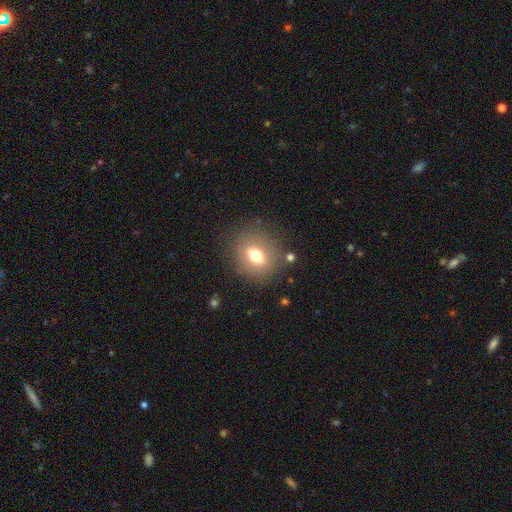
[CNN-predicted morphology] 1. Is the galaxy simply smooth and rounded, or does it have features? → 69% smooth, 20% featured or disk, 12% star or artifact.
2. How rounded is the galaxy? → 52% round, 46% in between, 2% cigar-shaped.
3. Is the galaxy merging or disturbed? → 80% none, 11% minor disturbance, 5% major disturbance, 3% merger.